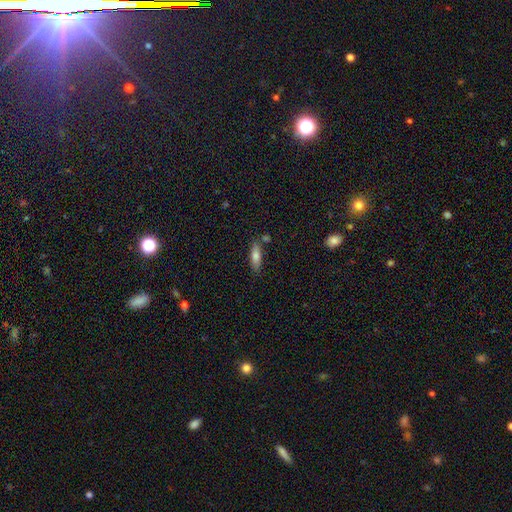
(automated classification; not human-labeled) A smooth galaxy with no disk features (72%) that is cigar-shaped (57%). Merging: none (76%).